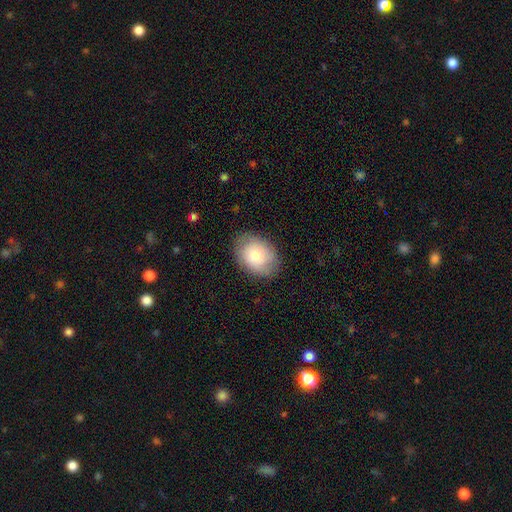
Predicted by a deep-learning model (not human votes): Smooth or featured: smooth — 79% (featured or disk — 14%)
How rounded: in between — 74% (round — 25%)
Merging: none — 80% (minor disturbance — 15%)